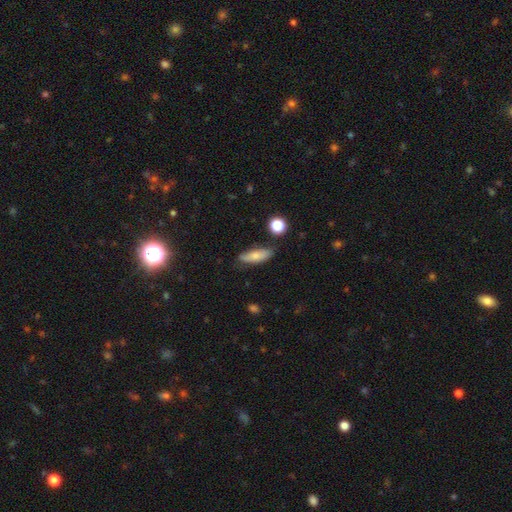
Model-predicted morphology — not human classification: smooth 73%, featured or disk 20%, star or artifact 8%. Down the decision tree: how rounded — in between (56%); merging — none (73%).